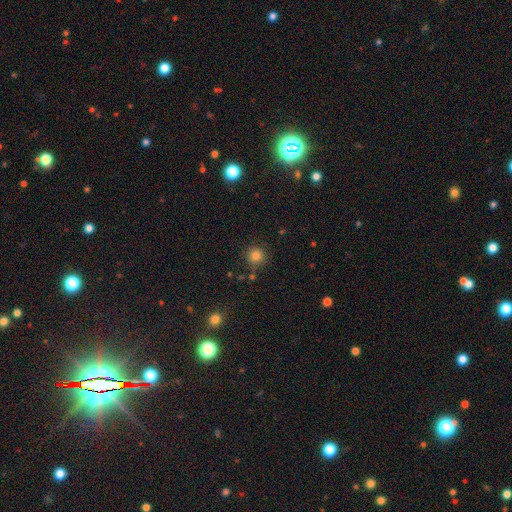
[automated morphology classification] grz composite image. It shows a smooth galaxy with no disk features (81%) that is round (93%). Merging: none (81%).